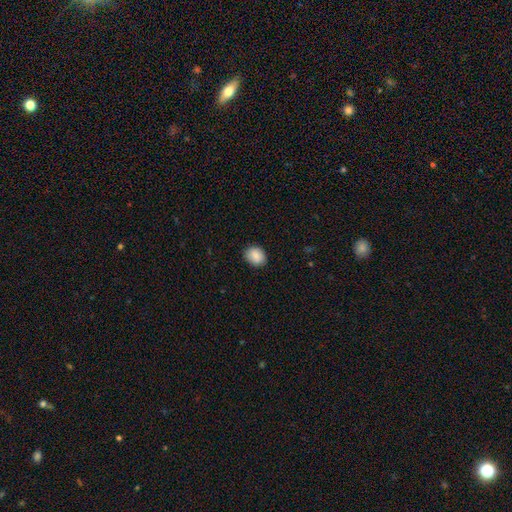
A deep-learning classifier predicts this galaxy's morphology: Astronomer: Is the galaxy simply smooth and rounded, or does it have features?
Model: smooth — 85%.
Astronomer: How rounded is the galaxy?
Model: in between — 51% (runner-up: round, 48%).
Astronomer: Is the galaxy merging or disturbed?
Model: none — 86%.